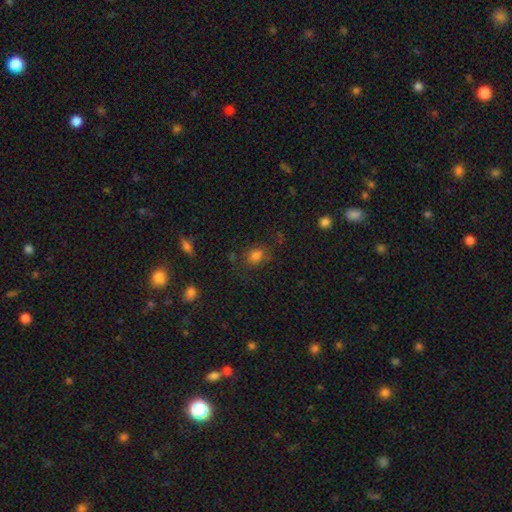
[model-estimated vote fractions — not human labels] Smooth or featured?
  - smooth: 76% *
  - star or artifact: 16%
  - featured or disk: 9%
How rounded?
  - in between: 63% *
  - round: 36%
  - cigar-shaped: 2%
Merging?
  - none: 69% *
  - minor disturbance: 18%
  - major disturbance: 9%
  - merger: 4%